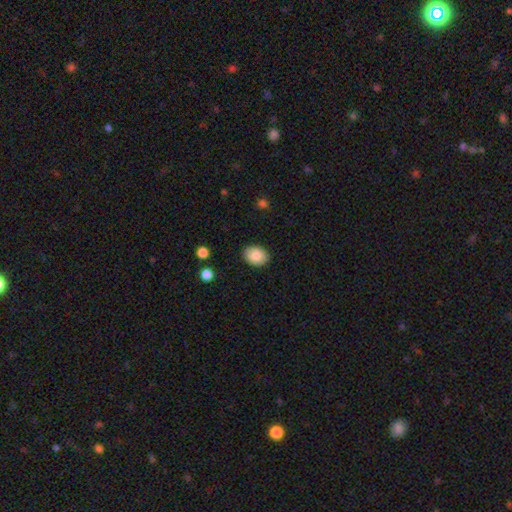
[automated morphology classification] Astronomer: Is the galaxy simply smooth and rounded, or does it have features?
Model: smooth — 86%.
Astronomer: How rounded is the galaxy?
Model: in between — 71%.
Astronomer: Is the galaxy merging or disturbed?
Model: none — 88%.